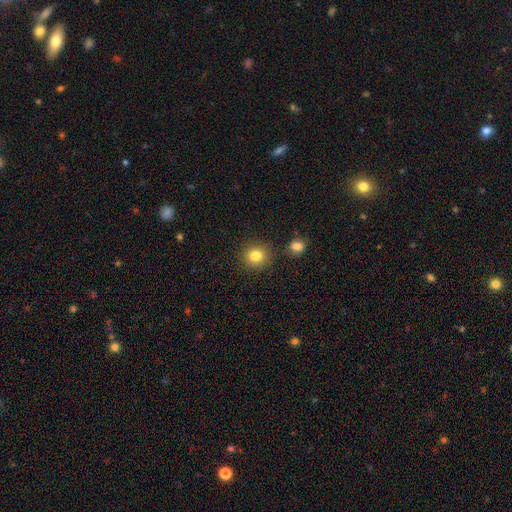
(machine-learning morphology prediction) This appears to be a smooth galaxy with no disk features (83%) that is round (90%). Merging: none (86%).